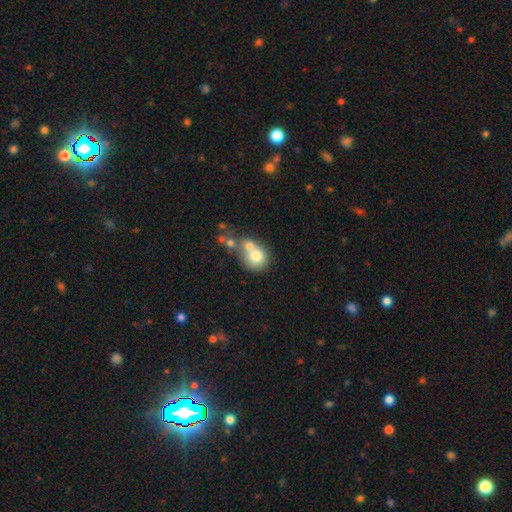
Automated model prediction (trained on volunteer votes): Smooth or featured? smooth (68%)
How rounded? round (77%)
Merging? merger (60%)